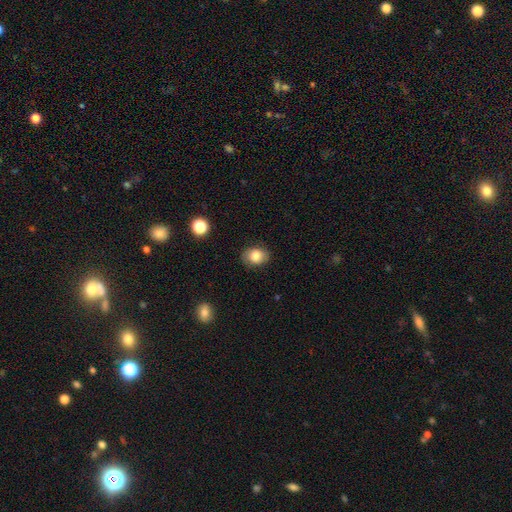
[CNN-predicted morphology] Smooth or featured: smooth — 81% (featured or disk — 10%)
How rounded: in between — 62% (round — 37%)
Merging: none — 82% (minor disturbance — 13%)